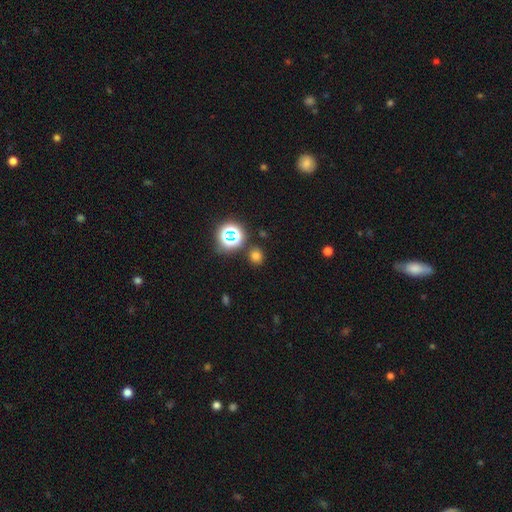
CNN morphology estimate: Overall: smooth (69%). How rounded: round (80%). Merging: none (84%).